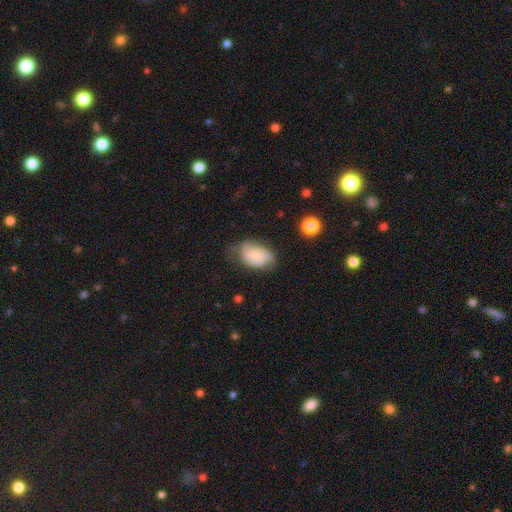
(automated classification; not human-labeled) smooth_or_featured: smooth (p=0.61) [alt: featured or disk p=0.31]
how_rounded: in between (p=0.85) [alt: round p=0.14]
merging: none (p=0.48) [alt: minor disturbance p=0.34]